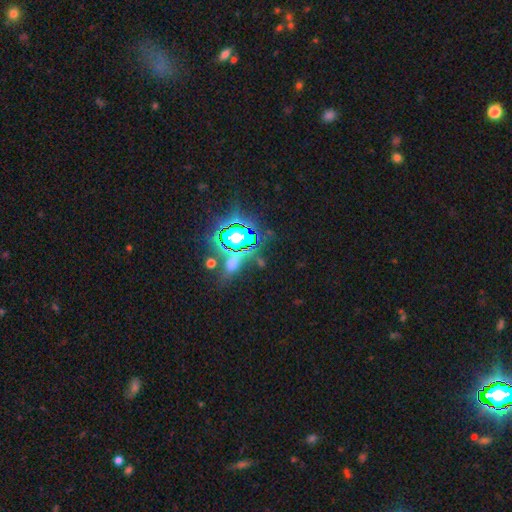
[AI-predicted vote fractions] Smooth or featured?
  - star or artifact: 83% *
  - smooth: 10%
  - featured or disk: 7%